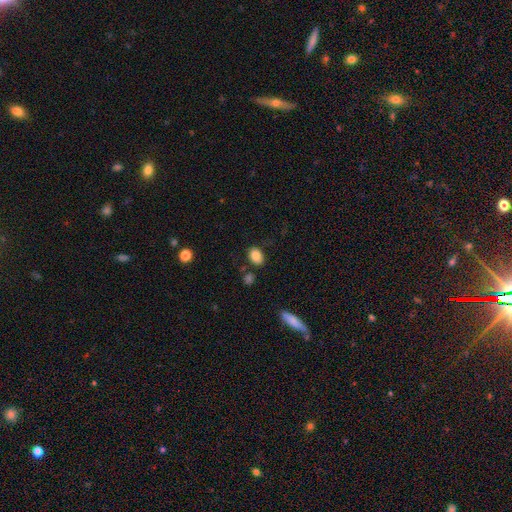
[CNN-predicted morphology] Smooth or featured? Predicted: smooth (p=0.86). How rounded? Predicted: in between (p=0.76). Merging? Predicted: none (p=0.77).